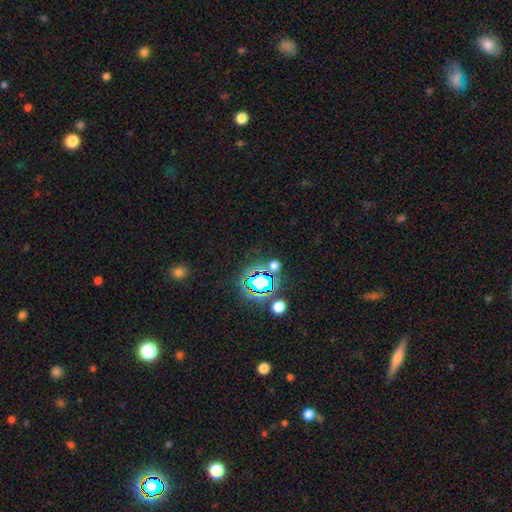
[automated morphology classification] Smooth or featured? star or artifact (76%)